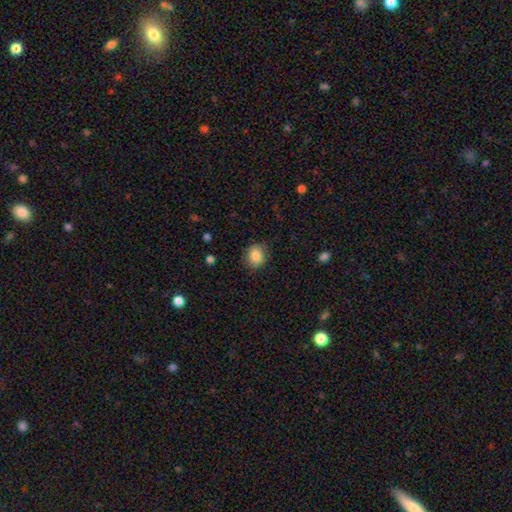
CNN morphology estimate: This is clearly a smooth galaxy (85%). How rounded: likely round (68%). Merging: clearly none (82%).